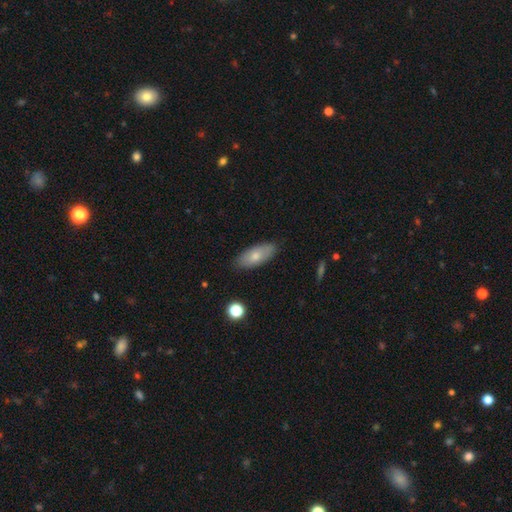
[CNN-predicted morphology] Smooth or featured: smooth — 74% (featured or disk — 19%)
How rounded: in between — 84% (cigar-shaped — 14%)
Merging: none — 84% (minor disturbance — 12%)